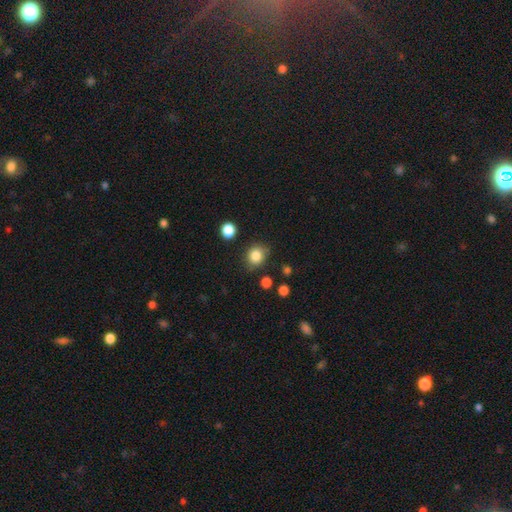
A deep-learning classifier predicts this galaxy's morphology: Overall: smooth (84%). How rounded: round (74%). Merging: none (79%).